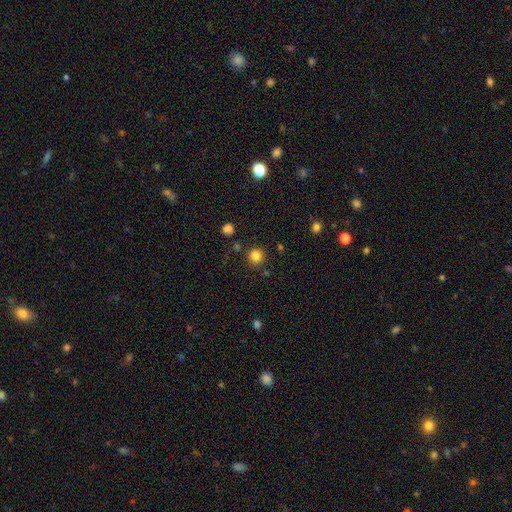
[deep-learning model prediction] smooth 83%, star or artifact 13%, featured or disk 4%. Down the decision tree: how rounded — round (93%); merging — none (86%).